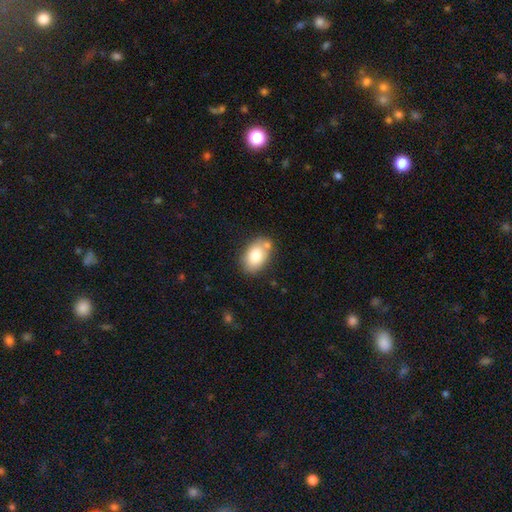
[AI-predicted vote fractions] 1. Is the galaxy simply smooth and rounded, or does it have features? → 77% smooth, 15% featured or disk, 8% star or artifact.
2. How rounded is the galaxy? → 85% in between, 14% round, 1% cigar-shaped.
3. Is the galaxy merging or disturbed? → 69% none, 16% minor disturbance, 12% merger, 4% major disturbance.